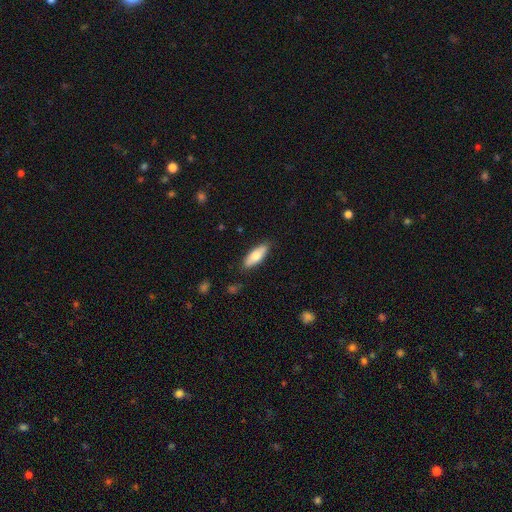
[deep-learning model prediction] A smooth galaxy with no disk features (73%) that is in between round and cigar-shaped (68%).

Vote fractions:
- Smooth or featured? smooth: 73% / featured or disk: 21% / star or artifact: 6%
- How rounded? in between: 68% / cigar-shaped: 30% / round: 2%
- Merging? none: 85% / minor disturbance: 11% / major disturbance: 2% / merger: 1%